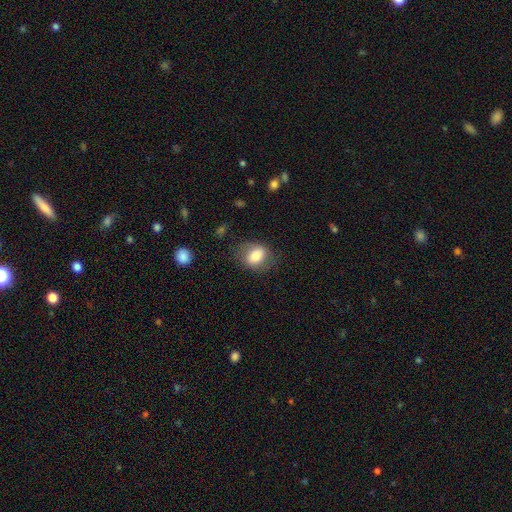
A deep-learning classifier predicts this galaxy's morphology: A smooth galaxy with no disk features (73%) that is in between round and cigar-shaped (57%).

Vote fractions:
- Smooth or featured? smooth: 73% / featured or disk: 19% / star or artifact: 8%
- How rounded? in between: 57% / round: 41% / cigar-shaped: 1%
- Merging? none: 71% / minor disturbance: 19% / major disturbance: 9% / merger: 2%